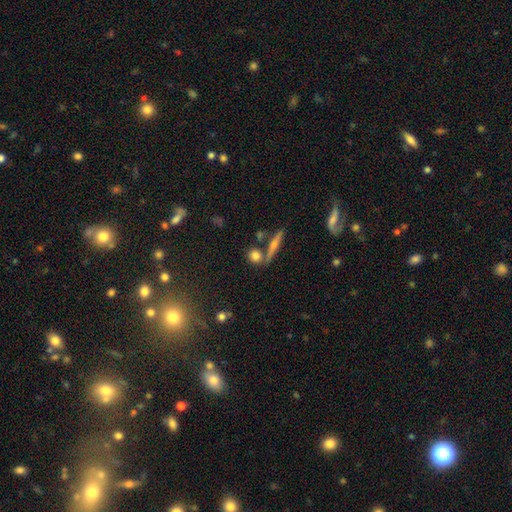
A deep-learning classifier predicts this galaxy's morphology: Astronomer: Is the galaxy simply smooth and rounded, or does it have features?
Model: smooth — 73%.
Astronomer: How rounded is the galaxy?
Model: round — 72%.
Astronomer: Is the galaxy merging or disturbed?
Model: none — 69%.